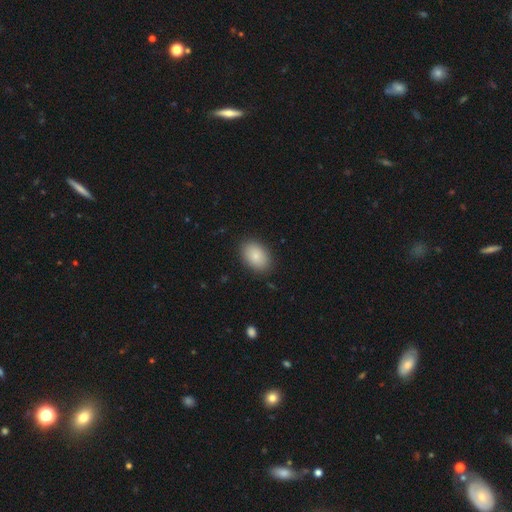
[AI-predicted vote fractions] Q: Smooth or featured?
A: smooth (86%); runner-up: star or artifact (7%)
Q: How rounded?
A: in between (86%); runner-up: round (13%)
Q: Merging?
A: none (88%); runner-up: minor disturbance (9%)